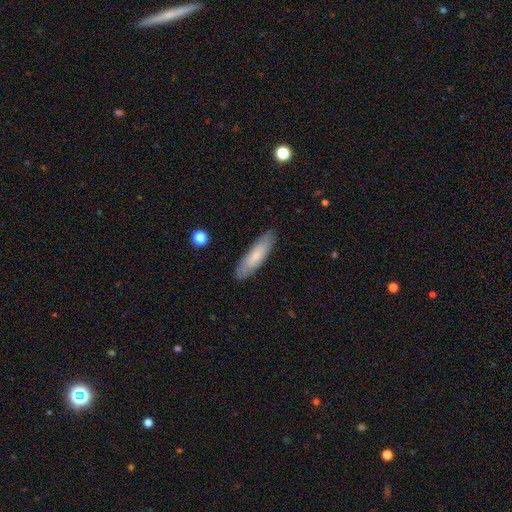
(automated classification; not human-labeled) Smooth or featured?
  - smooth: 70% *
  - featured or disk: 24%
  - star or artifact: 6%
How rounded?
  - cigar-shaped: 64% *
  - in between: 35%
  - round: 1%
Merging?
  - none: 87% *
  - minor disturbance: 10%
  - major disturbance: 2%
  - merger: 1%